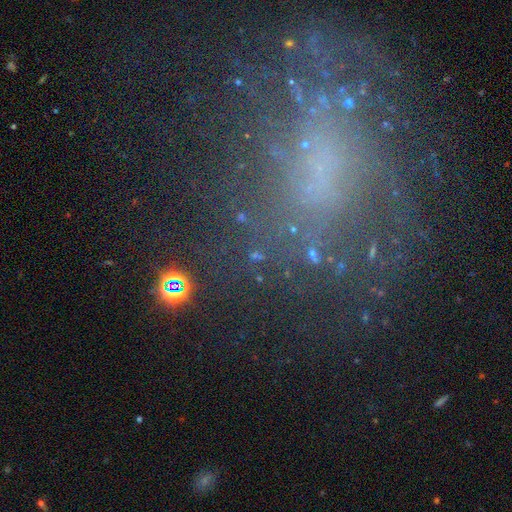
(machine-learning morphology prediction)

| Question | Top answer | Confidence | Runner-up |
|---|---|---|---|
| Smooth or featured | star or artifact | 46% | smooth (28%) |